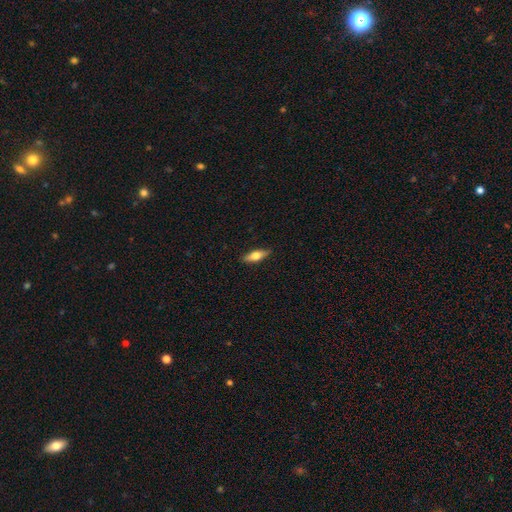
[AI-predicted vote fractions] A smooth galaxy with no disk features (55%) that is in between round and cigar-shaped (54%).

Vote fractions:
- Smooth or featured? smooth: 55% / featured or disk: 39% / star or artifact: 6%
- How rounded? in between: 54% / cigar-shaped: 43% / round: 3%
- Merging? none: 89% / minor disturbance: 9% / major disturbance: 2% / merger: 1%